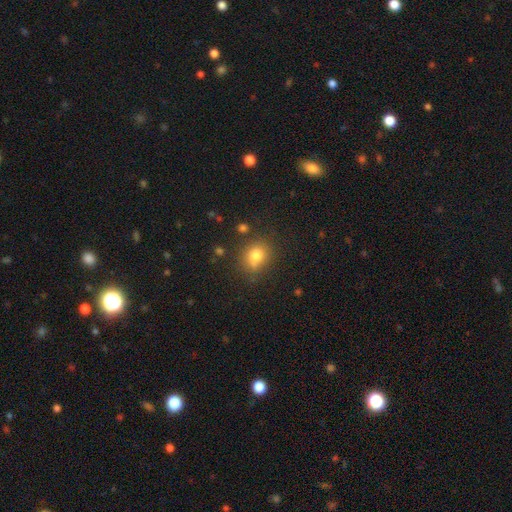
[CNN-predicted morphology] Q: Smooth or featured?
A: smooth (79%); runner-up: star or artifact (12%)
Q: How rounded?
A: round (62%); runner-up: in between (37%)
Q: Merging?
A: none (67%); runner-up: minor disturbance (18%)